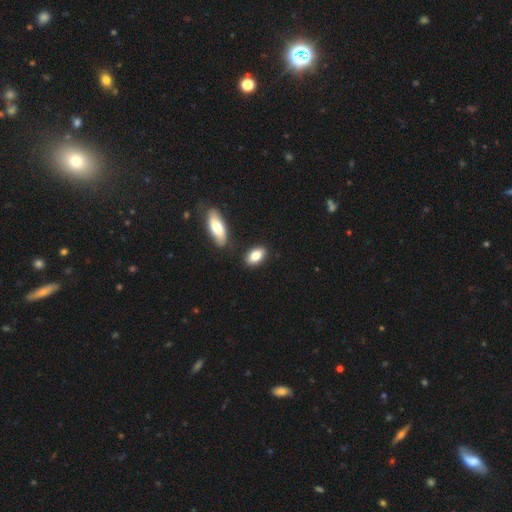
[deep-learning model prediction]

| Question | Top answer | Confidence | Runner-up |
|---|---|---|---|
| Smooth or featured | smooth | 82% | featured or disk (11%) |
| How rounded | in between | 90% | round (6%) |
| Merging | none | 81% | minor disturbance (10%) |